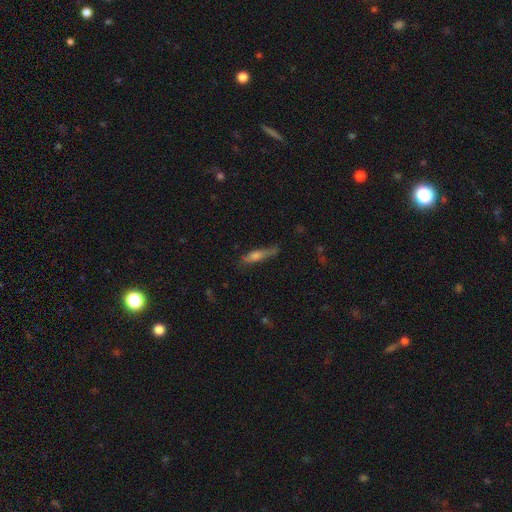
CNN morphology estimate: This appears to be a featured or disk galaxy (49%). Merging: none (74%).